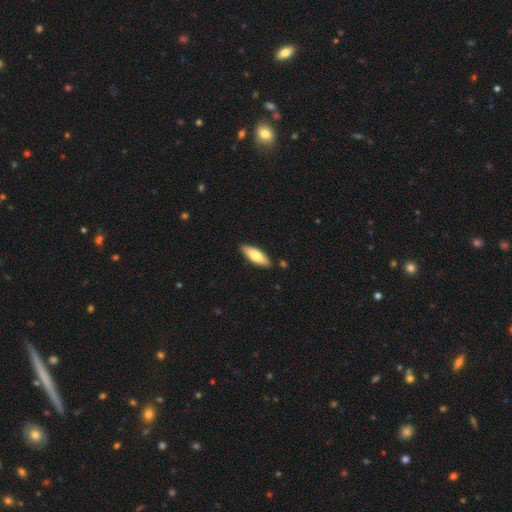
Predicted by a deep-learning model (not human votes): smooth 74%, featured or disk 20%, star or artifact 5%. Down the decision tree: how rounded — in between (62%); merging — none (87%).